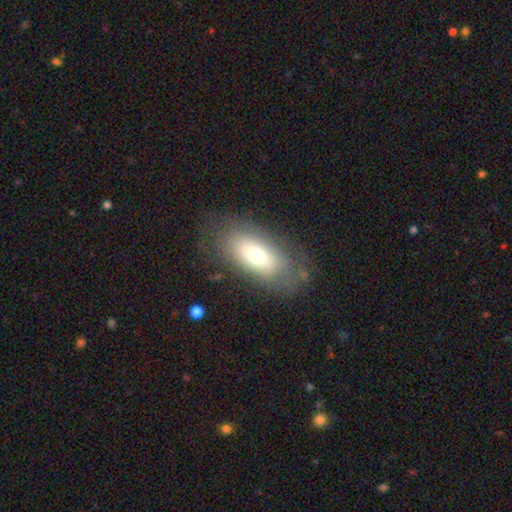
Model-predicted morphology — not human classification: Smooth or featured? smooth (63%)
How rounded? in between (89%)
Merging? none (74%)